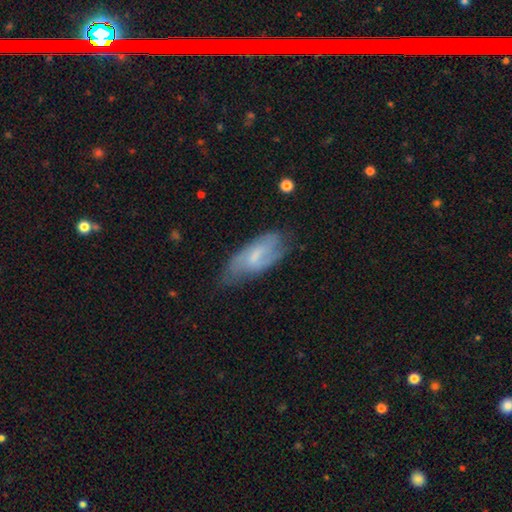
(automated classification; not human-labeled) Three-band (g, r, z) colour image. It shows a featured or disk galaxy (56%). Merging: none (61%).